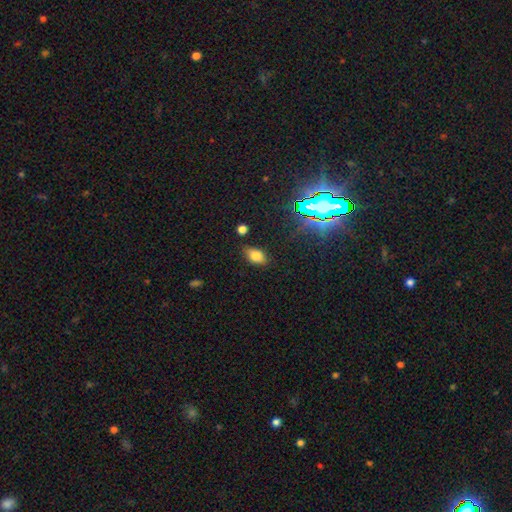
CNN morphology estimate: smooth-or-featured: smooth: 74% | star or artifact: 16% | featured or disk: 10%
  how-rounded: in between: 86% | round: 11% | cigar-shaped: 3%
  merging: none: 79% | minor disturbance: 15% | major disturbance: 3% | merger: 2%